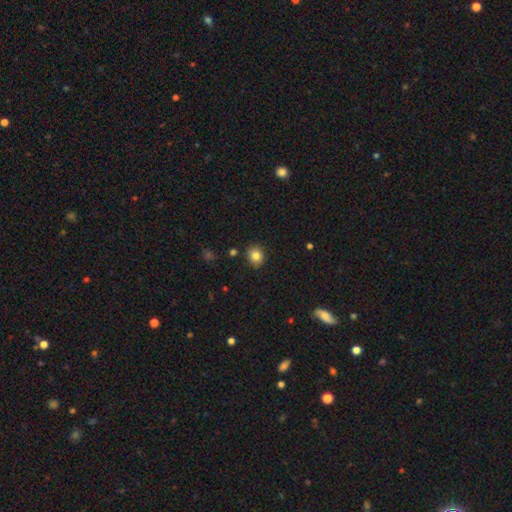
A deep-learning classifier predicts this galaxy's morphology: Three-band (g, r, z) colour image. It shows a smooth galaxy with no disk features (83%) that is round (74%). Merging: none (87%).